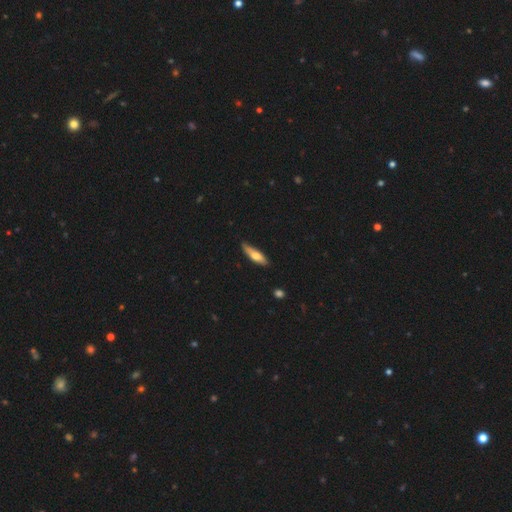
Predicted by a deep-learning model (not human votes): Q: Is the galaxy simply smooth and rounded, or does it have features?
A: smooth — 63%.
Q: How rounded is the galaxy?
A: cigar-shaped — 59%.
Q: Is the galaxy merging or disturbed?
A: none — 72%.